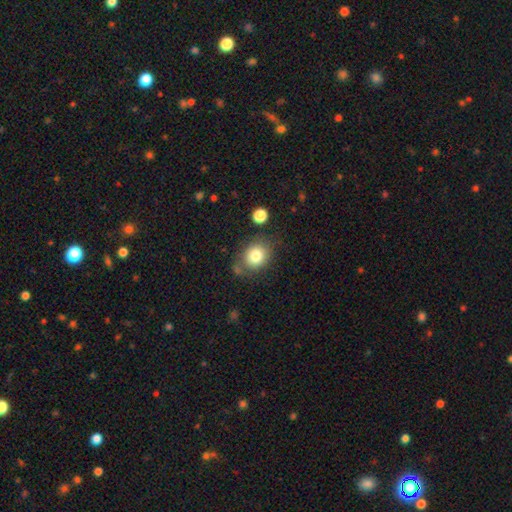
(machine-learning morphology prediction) A smooth galaxy with no disk features (81%) that is round (65%).

Vote fractions:
- Smooth or featured? smooth: 81% / star or artifact: 10% / featured or disk: 9%
- How rounded? round: 65% / in between: 34% / cigar-shaped: 1%
- Merging? none: 71% / minor disturbance: 17% / merger: 7% / major disturbance: 6%